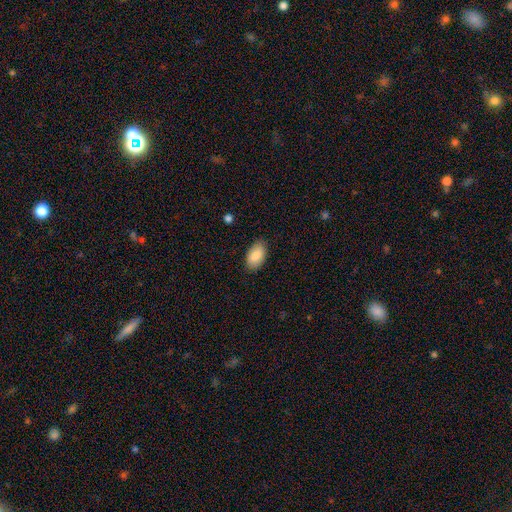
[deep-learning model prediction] Morphology: type=smooth (85%); roundness=in between (94%); merging=none (85%).